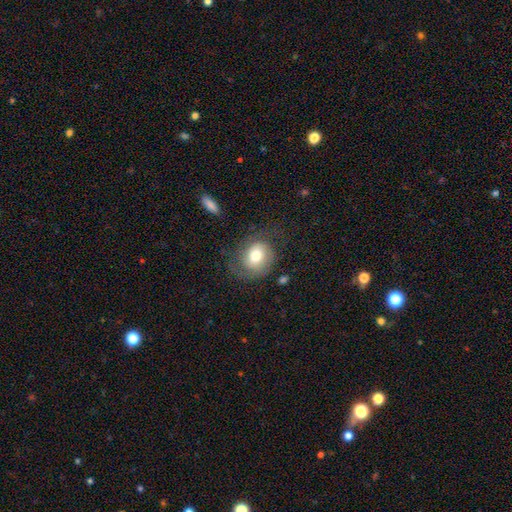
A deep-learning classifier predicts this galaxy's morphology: Q: Smooth or featured?
A: smooth (56%); runner-up: featured or disk (35%)
Q: How rounded?
A: round (66%); runner-up: in between (33%)
Q: Merging?
A: none (59%); runner-up: minor disturbance (21%)